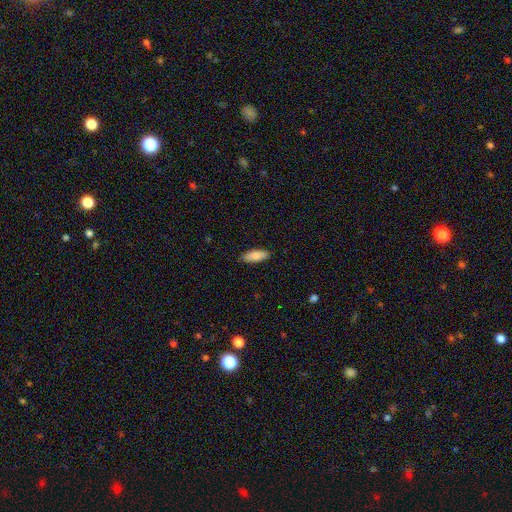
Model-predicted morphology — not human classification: smooth-or-featured: smooth: 85% | featured or disk: 9% | star or artifact: 6%
  how-rounded: in between: 75% | cigar-shaped: 23% | round: 2%
  merging: none: 87% | minor disturbance: 10% | major disturbance: 2% | merger: 1%